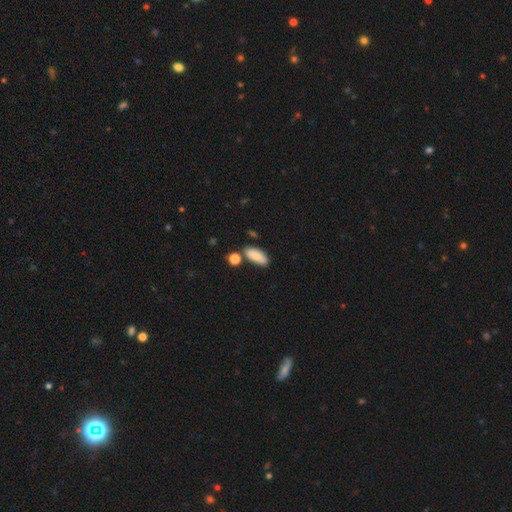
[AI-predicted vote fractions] The model was most divided on "merging": none: 70%, minor disturbance: 16%, merger: 11%, major disturbance: 4%. More confident: how rounded — in between (84%); smooth or featured — smooth (81%).